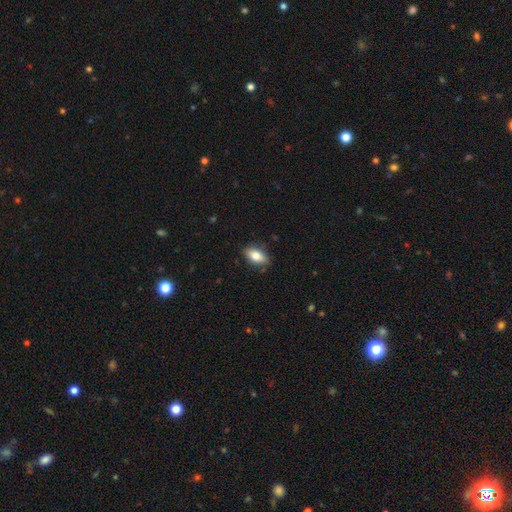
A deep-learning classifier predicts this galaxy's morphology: This is likely a smooth galaxy (79%). How rounded: clearly in between (88%). Merging: clearly none (83%).